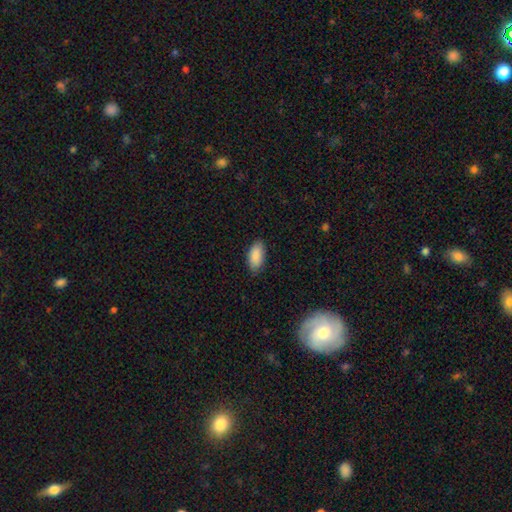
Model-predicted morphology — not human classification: A smooth galaxy with no disk features (89%) that is in between round and cigar-shaped (91%). Merging: none (85%).